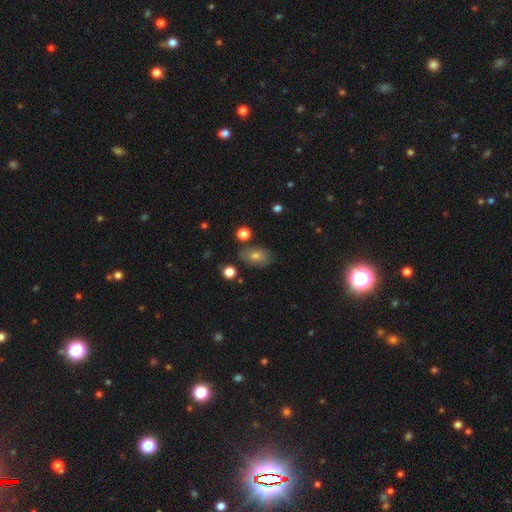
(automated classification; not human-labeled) Smooth or featured? smooth (71%)
How rounded? in between (84%)
Merging? none (76%)